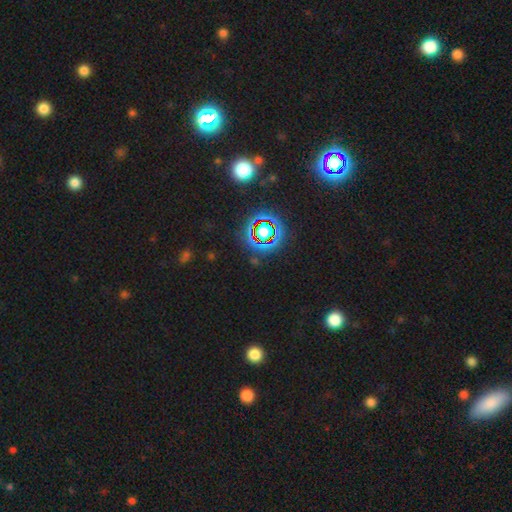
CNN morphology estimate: A star or artifact, not a galaxy (77%).